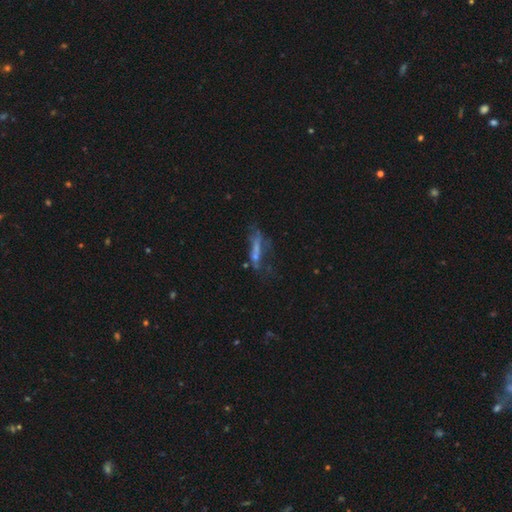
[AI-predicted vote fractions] A featured or disk galaxy (42%). Merging: none (60%).